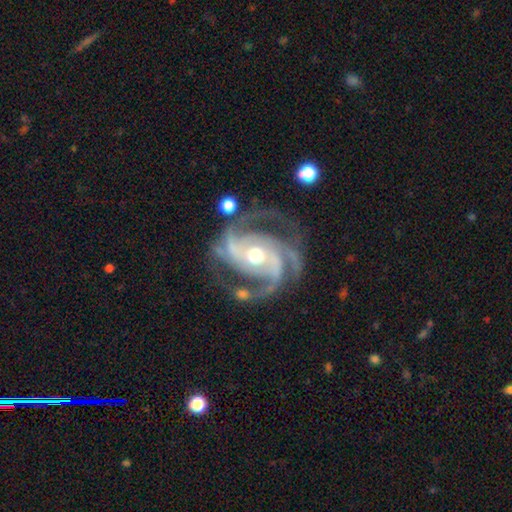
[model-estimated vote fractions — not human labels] Smooth or featured?
  - featured or disk: 92% *
  - star or artifact: 5%
  - smooth: 3%
Edge-on disk?
  - no: 98% *
  - yes: 2%
Bar?
  - no: 39% *
  - strong: 31%
  - weak: 30%
Spiral arms?
  - yes: 98% *
  - no: 2%
Spiral winding?
  - medium: 49% *
  - tight: 41%
  - loose: 10%
Spiral arm count?
  - 2: 43% *
  - 3: 35%
  - can't tell: 7%
  - 4: 6%
  - 1: 5%
  - more than 4: 4%
Bulge size?
  - moderate: 58% *
  - small: 36%
  - large: 4%
  - none: 1%
  - dominant: 1%
Merging?
  - none: 60% *
  - minor disturbance: 20%
  - major disturbance: 16%
  - merger: 5%